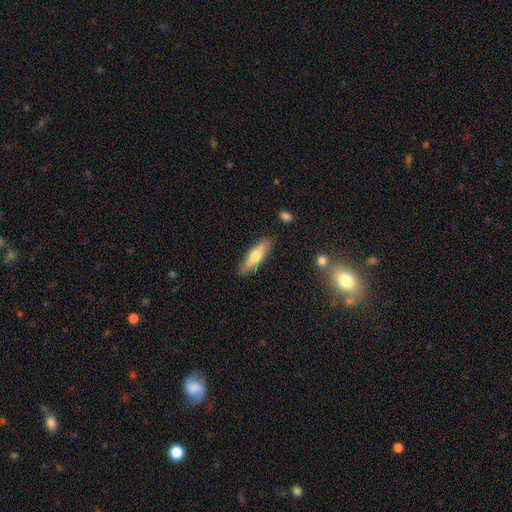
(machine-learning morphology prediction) Q: Smooth or featured?
A: smooth (66%); runner-up: featured or disk (28%)
Q: How rounded?
A: cigar-shaped (60%); runner-up: in between (38%)
Q: Merging?
A: none (86%); runner-up: minor disturbance (10%)